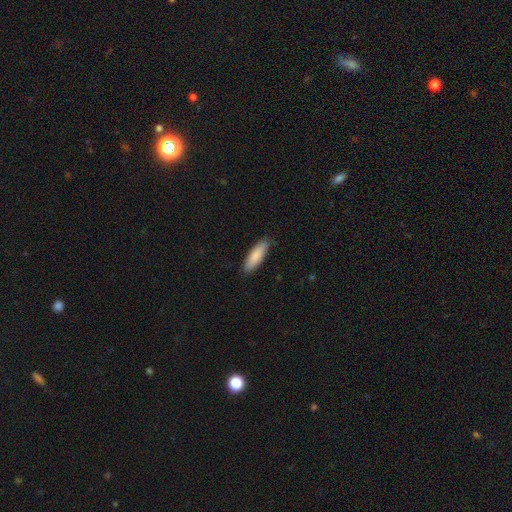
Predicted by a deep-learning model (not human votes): Overall: smooth (87%). How rounded: cigar-shaped (52%; in between 47%). Merging: none (86%).